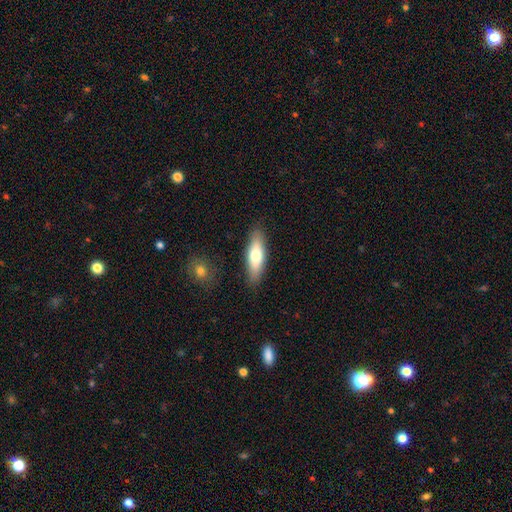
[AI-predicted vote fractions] smooth_or_featured: smooth (p=0.66) [alt: featured or disk p=0.28]
how_rounded: in between (p=0.53) [alt: cigar-shaped p=0.45]
merging: none (p=0.87) [alt: minor disturbance p=0.09]